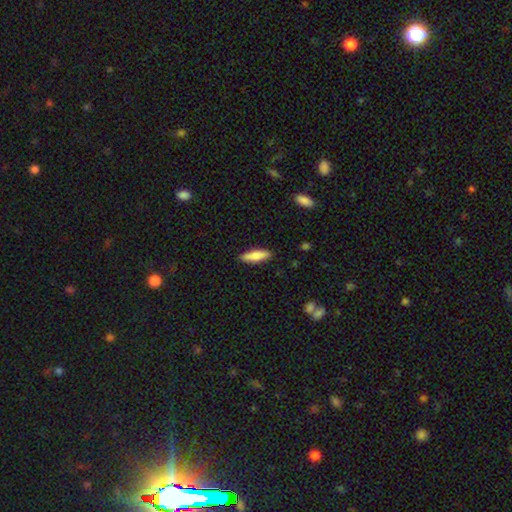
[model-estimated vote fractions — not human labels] Morphology: type=smooth (76%); roundness=cigar-shaped (64%); merging=none (89%).